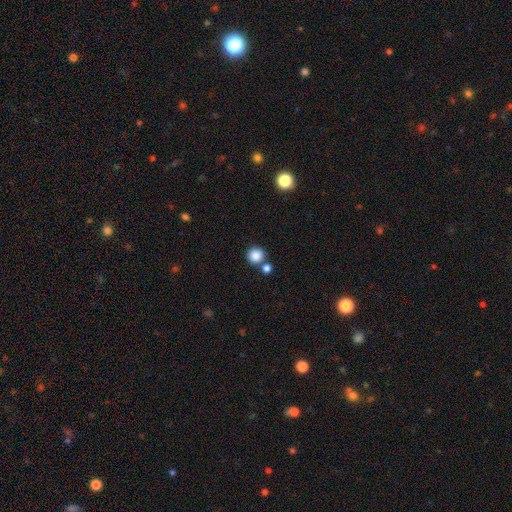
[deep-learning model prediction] This is clearly a smooth galaxy (85%). How rounded: clearly round (93%). Merging: likely none (71%).